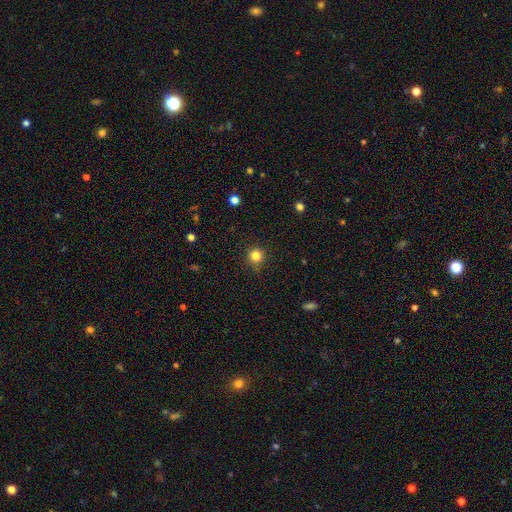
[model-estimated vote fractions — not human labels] smooth 83%, star or artifact 12%, featured or disk 4%. Down the decision tree: how rounded — round (94%); merging — none (88%).